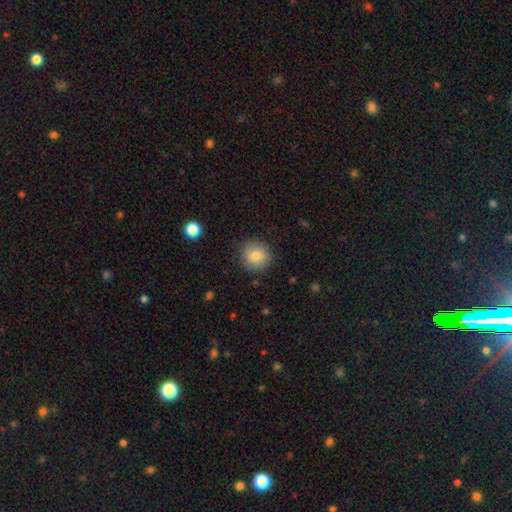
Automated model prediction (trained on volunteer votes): The model was most divided on "smooth or featured": smooth: 80%, featured or disk: 11%, star or artifact: 9%. More confident: how rounded — round (88%); merging — none (86%).